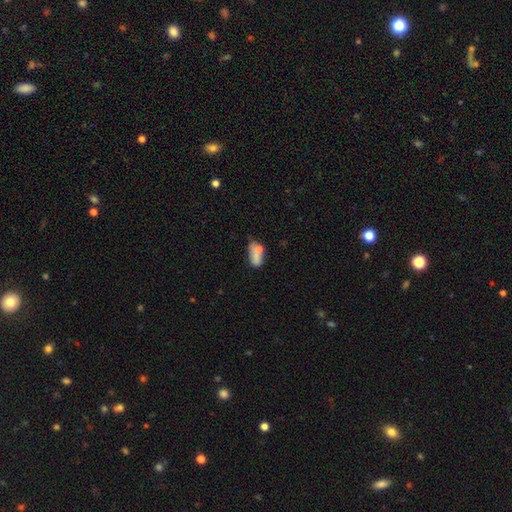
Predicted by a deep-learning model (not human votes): Smooth or featured? Predicted: smooth (p=0.66). How rounded? Predicted: in between (p=0.84). Merging? Predicted: none (p=0.31).